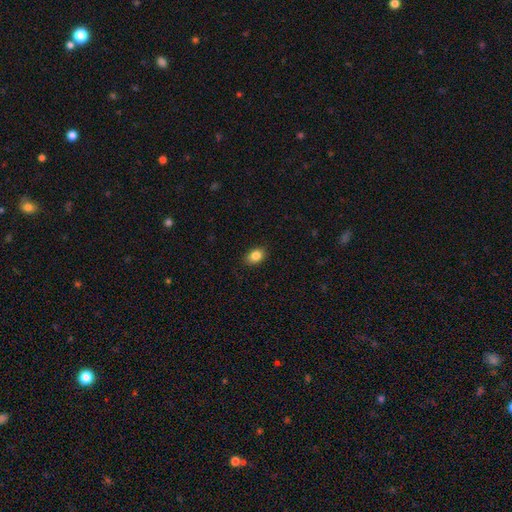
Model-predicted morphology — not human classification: Smooth or featured?
  - smooth: 85% *
  - star or artifact: 9%
  - featured or disk: 6%
How rounded?
  - in between: 79% *
  - round: 20%
  - cigar-shaped: 1%
Merging?
  - none: 87% *
  - minor disturbance: 10%
  - major disturbance: 2%
  - merger: 1%